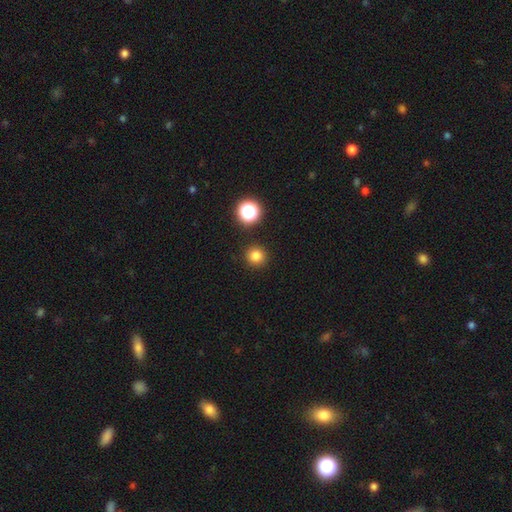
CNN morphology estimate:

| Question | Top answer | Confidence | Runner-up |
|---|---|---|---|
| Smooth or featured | smooth | 80% | star or artifact (15%) |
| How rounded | round | 93% | in between (6%) |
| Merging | none | 91% | minor disturbance (5%) |